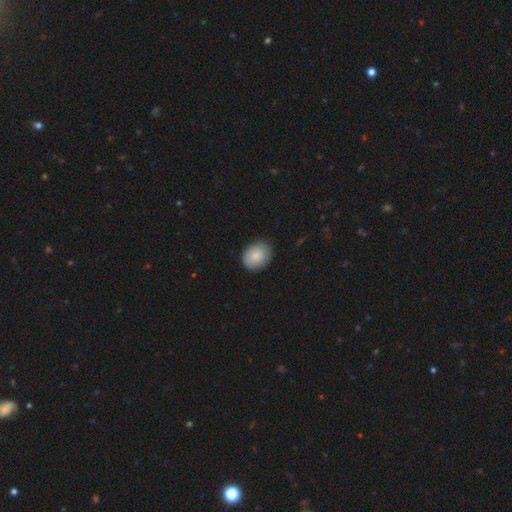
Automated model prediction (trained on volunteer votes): smooth-or-featured: smooth: 87% | featured or disk: 7% | star or artifact: 7%
  how-rounded: in between: 54% | round: 45% | cigar-shaped: 1%
  merging: none: 86% | minor disturbance: 11% | major disturbance: 2% | merger: 1%